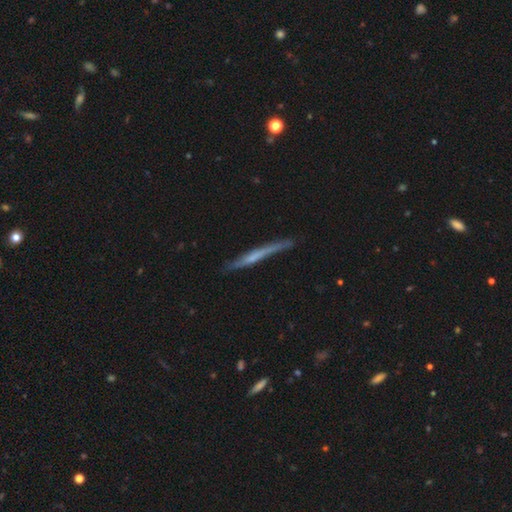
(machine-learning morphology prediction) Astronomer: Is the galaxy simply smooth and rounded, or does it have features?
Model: featured or disk — 52% (runner-up: smooth, 41%).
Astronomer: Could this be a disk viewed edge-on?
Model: yes — 92%.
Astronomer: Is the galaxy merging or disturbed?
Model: none — 72%.